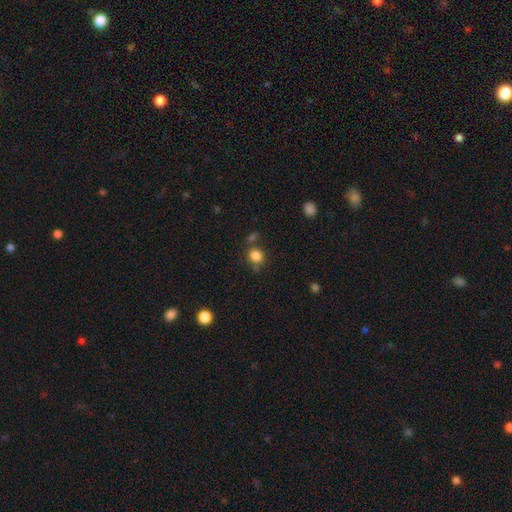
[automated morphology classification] Overall: smooth (83%). How rounded: round (85%). Merging: none (70%).